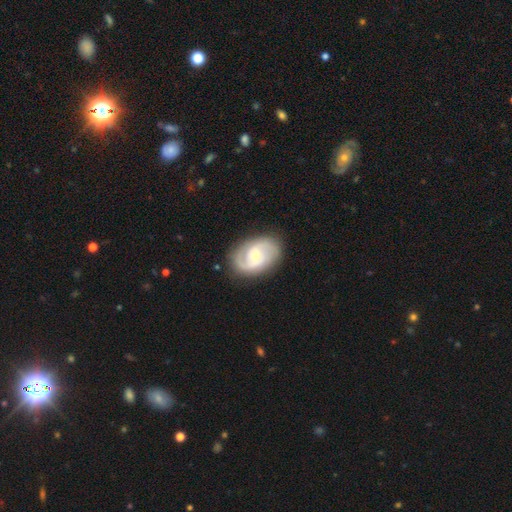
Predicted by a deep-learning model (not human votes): Morphology: type=featured or disk (80%); edge-on=no (97%); bar=no (53%); spiral arms=yes (94%); winding=medium (45%); arm count=2 (74%); bulge=small (57%); merging=none (81%).